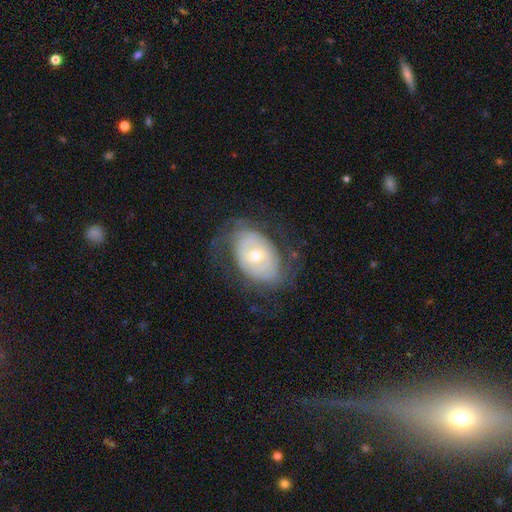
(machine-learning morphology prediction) This is likely a featured or disk galaxy (68%). It is clearly not viewed edge-on (94%). Bar: likely no (67%). Spiral arm pattern: likely yes (67%). Central bulge: possibly moderate (59%). Merging: likely none (63%).